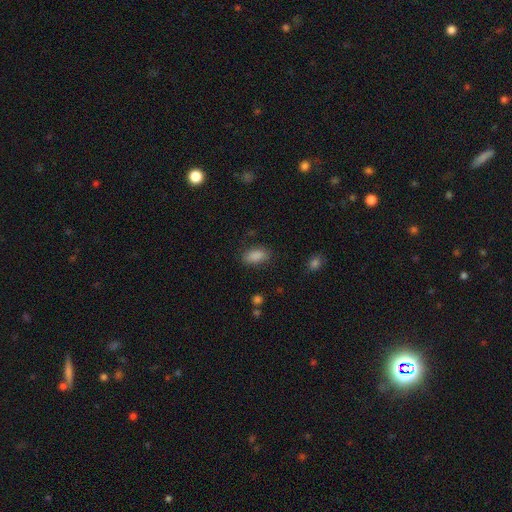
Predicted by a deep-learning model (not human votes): A smooth galaxy with no disk features (88%) that is in between round and cigar-shaped (91%).

Vote fractions:
- Smooth or featured? smooth: 88% / star or artifact: 8% / featured or disk: 4%
- How rounded? in between: 91% / round: 5% / cigar-shaped: 4%
- Merging? none: 82% / minor disturbance: 13% / major disturbance: 4% / merger: 1%